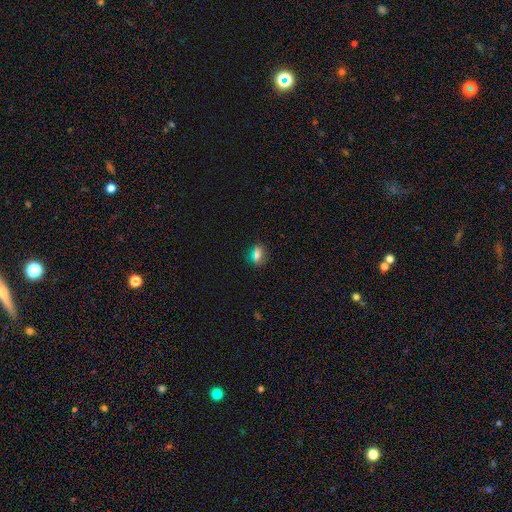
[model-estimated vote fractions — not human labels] Q: Smooth or featured?
A: smooth (65%); runner-up: star or artifact (20%)
Q: How rounded?
A: in between (54%); runner-up: round (33%)
Q: Merging?
A: none (86%); runner-up: minor disturbance (10%)